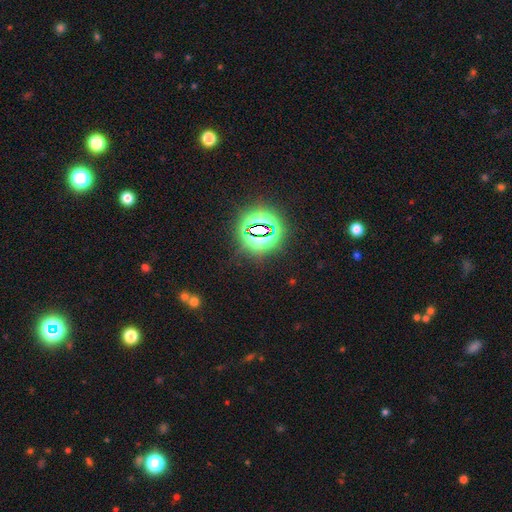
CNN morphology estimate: Smooth or featured: star or artifact — 80% (smooth — 13%)